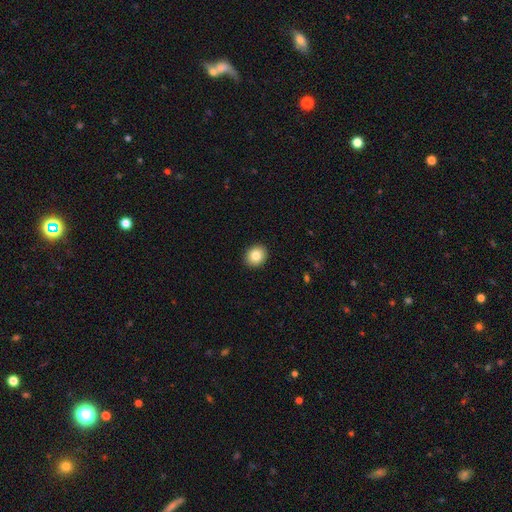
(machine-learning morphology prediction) A smooth galaxy with no disk features (84%) that is round (68%). Merging: none (92%).